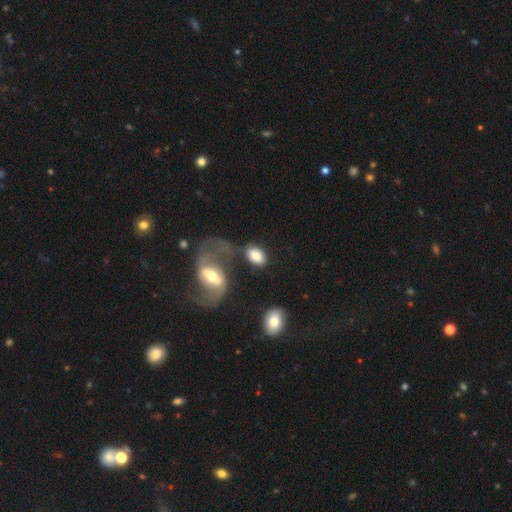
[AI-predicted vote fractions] Smooth or featured? smooth (73%)
How rounded? in between (86%)
Merging? none (48%)